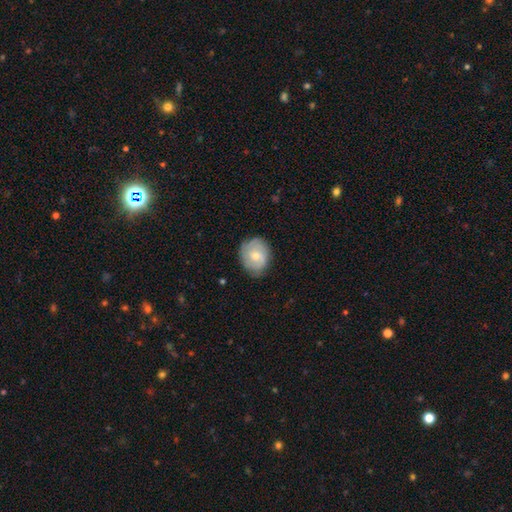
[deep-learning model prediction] A smooth galaxy with no disk features (56%) that is round (65%).

Vote fractions:
- Smooth or featured? smooth: 56% / featured or disk: 37% / star or artifact: 7%
- How rounded? round: 65% / in between: 34% / cigar-shaped: 1%
- Merging? none: 75% / minor disturbance: 20% / major disturbance: 4% / merger: 1%